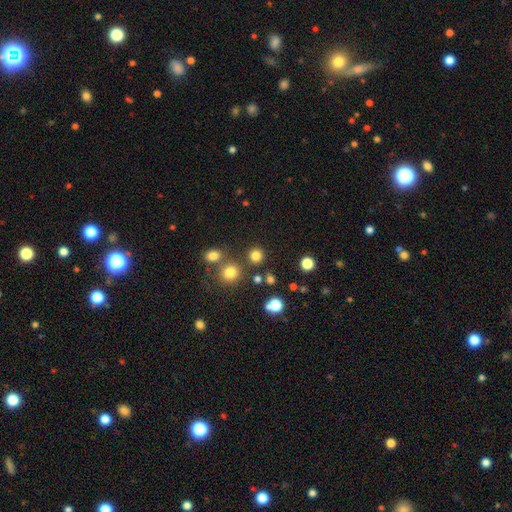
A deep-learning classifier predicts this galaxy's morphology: A smooth galaxy with no disk features (79%) that is round (91%). Merging: none (82%).